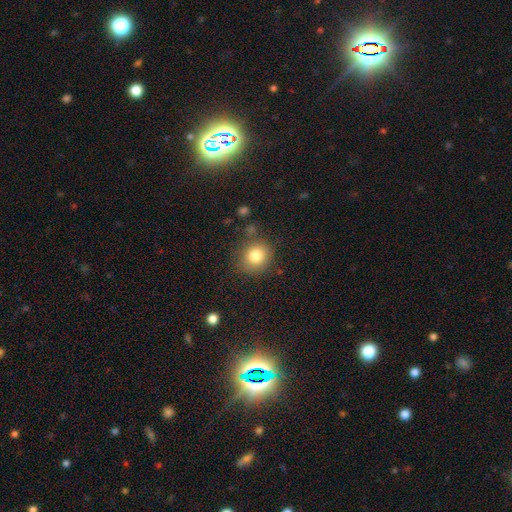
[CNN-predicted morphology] Smooth or featured: smooth — 81% (star or artifact — 11%)
How rounded: round — 80% (in between — 19%)
Merging: none — 80% (minor disturbance — 12%)